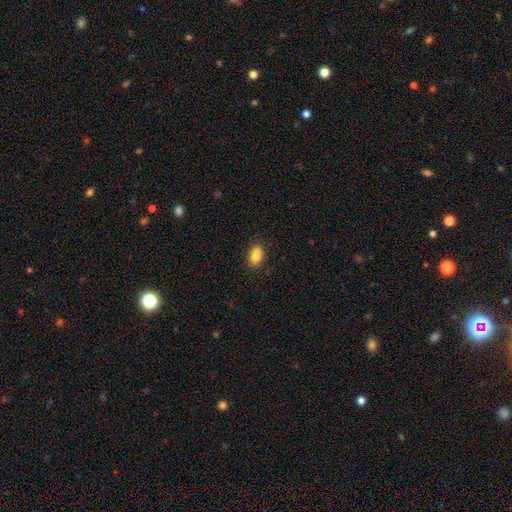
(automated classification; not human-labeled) Smooth or featured? Predicted: smooth (p=0.81). How rounded? Predicted: in between (p=0.82). Merging? Predicted: none (p=0.64).